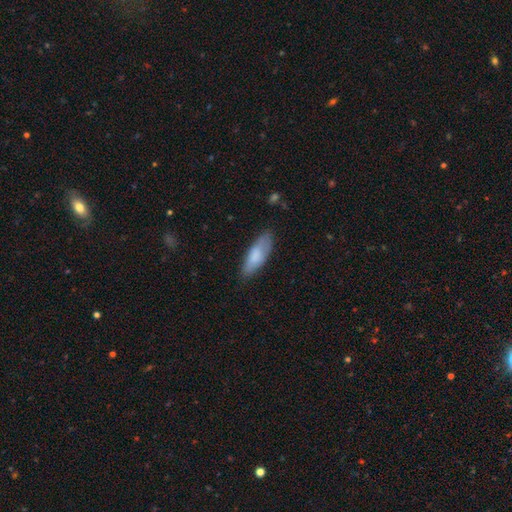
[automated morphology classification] smooth_or_featured: smooth (p=0.78) [alt: featured or disk p=0.16]
how_rounded: in between (p=0.63) [alt: cigar-shaped p=0.36]
merging: none (p=0.72) [alt: minor disturbance p=0.22]